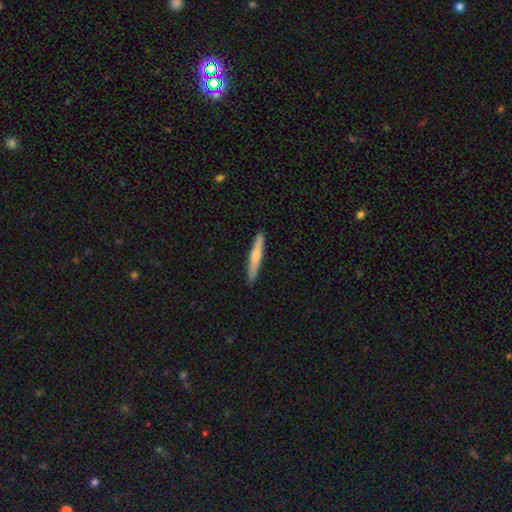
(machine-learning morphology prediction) This is possibly a smooth galaxy (54%). How rounded: clearly cigar-shaped (94%). Merging: clearly none (91%).